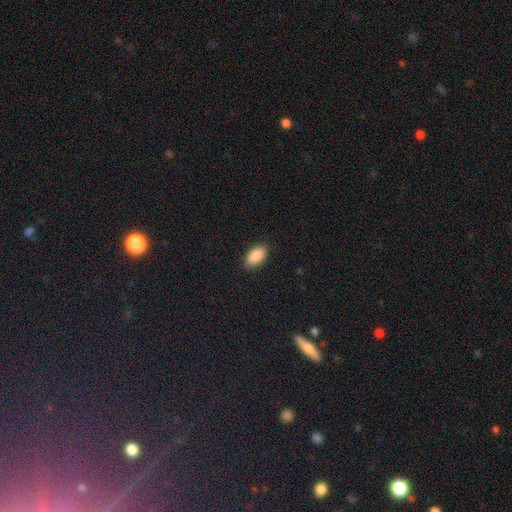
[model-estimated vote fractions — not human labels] Morphology: type=smooth (90%); roundness=in between (94%); merging=none (88%).